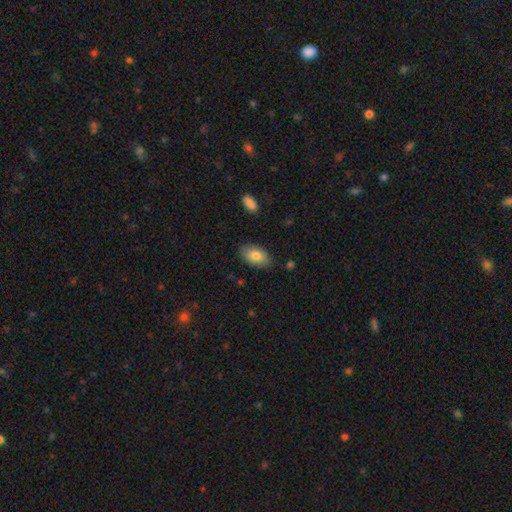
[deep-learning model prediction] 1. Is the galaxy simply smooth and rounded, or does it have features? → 81% smooth, 12% featured or disk, 7% star or artifact.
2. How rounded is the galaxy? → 93% in between, 5% round, 2% cigar-shaped.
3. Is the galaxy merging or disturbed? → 82% none, 14% minor disturbance, 3% major disturbance, 1% merger.